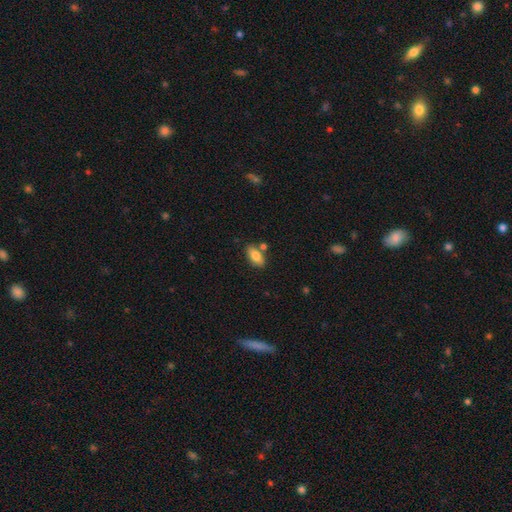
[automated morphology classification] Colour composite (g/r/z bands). It shows a smooth galaxy with no disk features (82%) that is in between round and cigar-shaped (90%). Merging: none (75%).